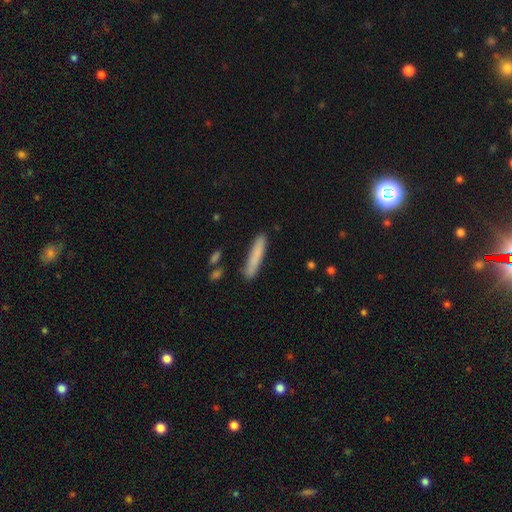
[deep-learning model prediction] This appears to be a smooth galaxy with no disk features (79%) that is cigar-shaped (92%). Merging: none (84%).